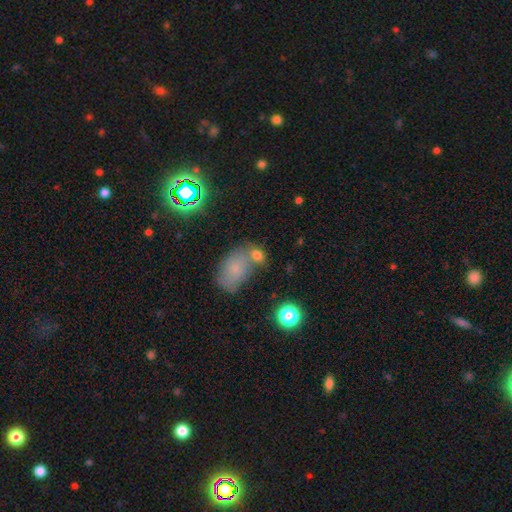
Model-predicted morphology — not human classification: type=smooth (59%); roundness=in between (76%); merging=none (44%).